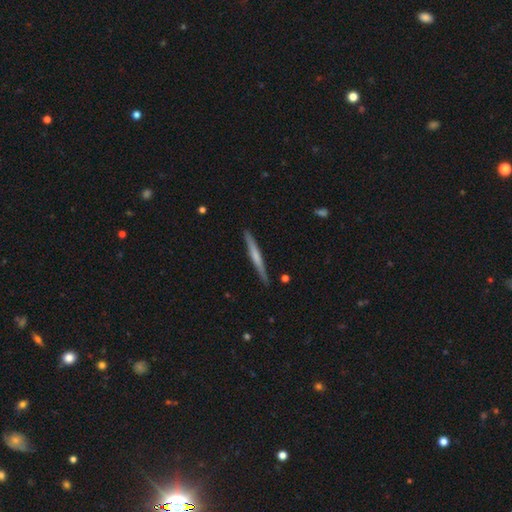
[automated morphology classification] smooth_or_featured: featured or disk (p=0.48) [alt: smooth p=0.47]
merging: none (p=0.90) [alt: minor disturbance p=0.07]